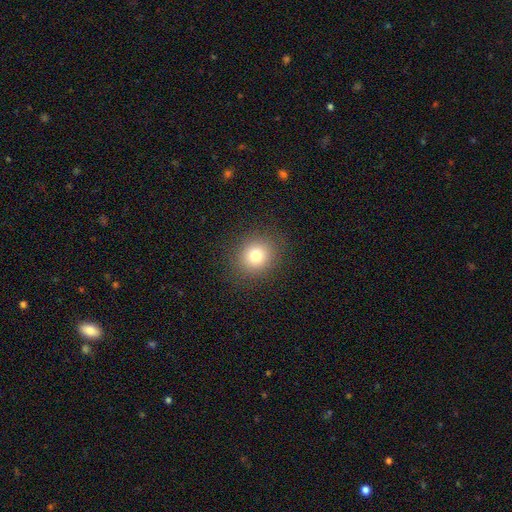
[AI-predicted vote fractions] A smooth galaxy with no disk features (78%) that is round (80%).

Vote fractions:
- Smooth or featured? smooth: 78% / star or artifact: 13% / featured or disk: 9%
- How rounded? round: 80% / in between: 20% / cigar-shaped: 1%
- Merging? none: 88% / minor disturbance: 7% / major disturbance: 3% / merger: 1%